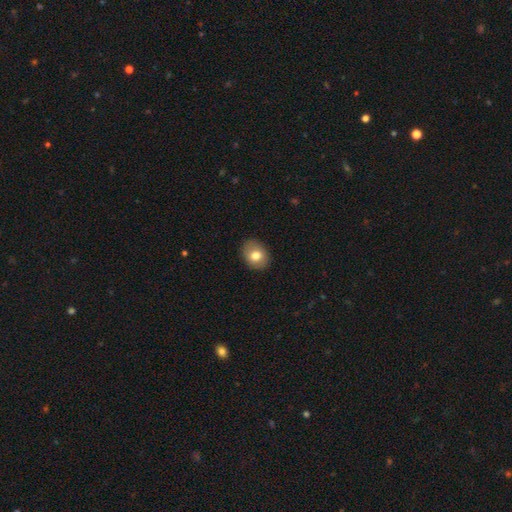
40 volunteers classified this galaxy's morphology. smooth_or_featured: smooth (p=0.95) [alt: featured or disk p=0.05]
how_rounded: in between (p=0.68) [alt: round p=0.32]
merging: none (p=0.85) [alt: minor disturbance p=0.12]